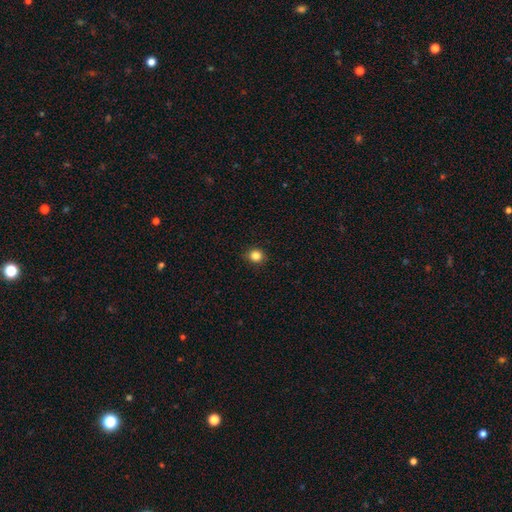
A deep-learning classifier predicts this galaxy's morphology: Overall: smooth (84%). How rounded: round (82%). Merging: none (88%).